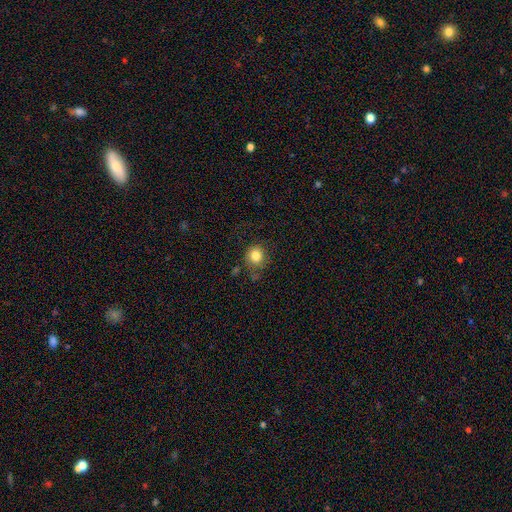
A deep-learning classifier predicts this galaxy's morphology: smooth 83%, star or artifact 10%, featured or disk 7%. Down the decision tree: how rounded — round (84%); merging — none (68%).